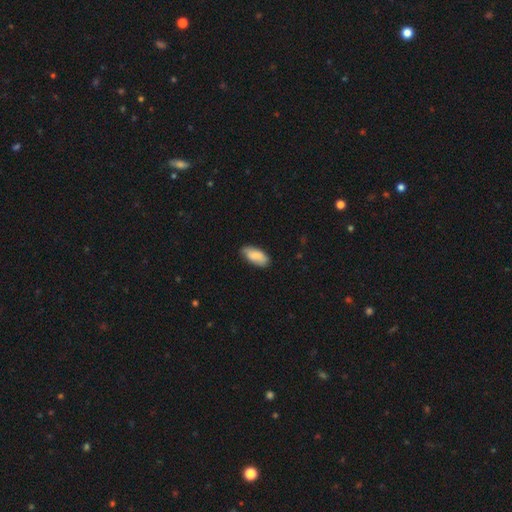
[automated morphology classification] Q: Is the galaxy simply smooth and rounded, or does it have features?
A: smooth — 85%.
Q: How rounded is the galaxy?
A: in between — 89%.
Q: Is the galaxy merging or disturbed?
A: none — 75%.